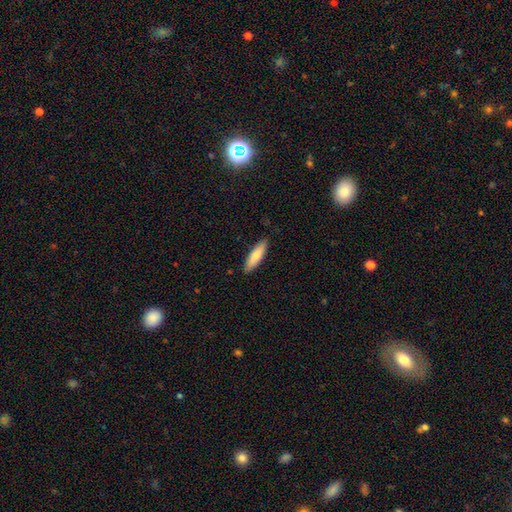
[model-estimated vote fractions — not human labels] Smooth or featured: smooth — 79% (featured or disk — 15%)
How rounded: cigar-shaped — 65% (in between — 33%)
Merging: none — 88% (minor disturbance — 9%)